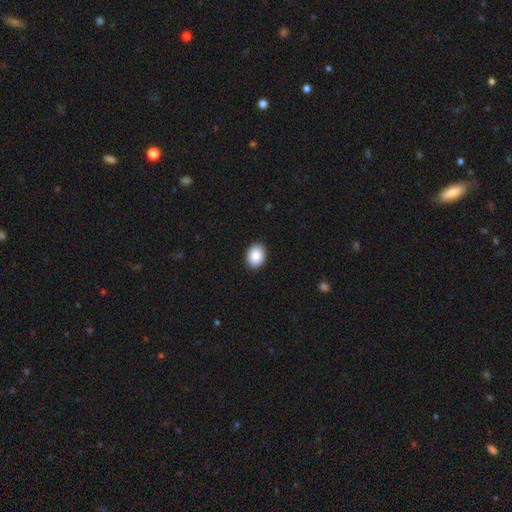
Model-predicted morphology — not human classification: This appears to be a smooth galaxy with no disk features (87%) that is in between round and cigar-shaped (60%). Merging: none (91%).